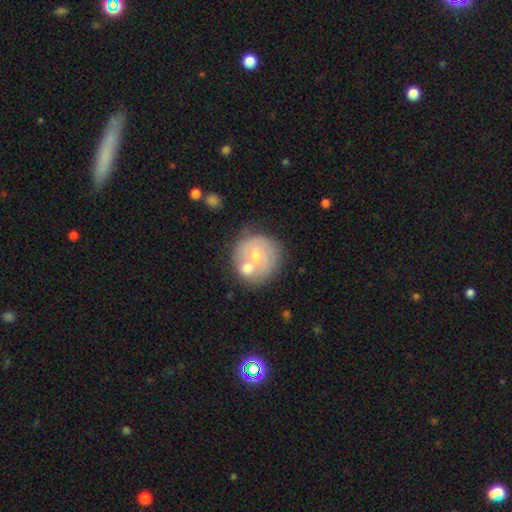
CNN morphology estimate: smooth_or_featured: featured or disk (p=0.47) [alt: smooth p=0.44]
merging: none (p=0.50) [alt: merger p=0.31]